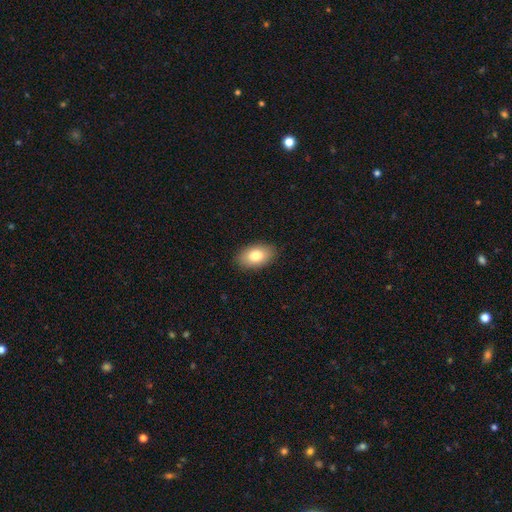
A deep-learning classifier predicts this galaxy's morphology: Q: Smooth or featured?
A: smooth (80%); runner-up: featured or disk (13%)
Q: How rounded?
A: in between (91%); runner-up: round (8%)
Q: Merging?
A: none (89%); runner-up: minor disturbance (8%)